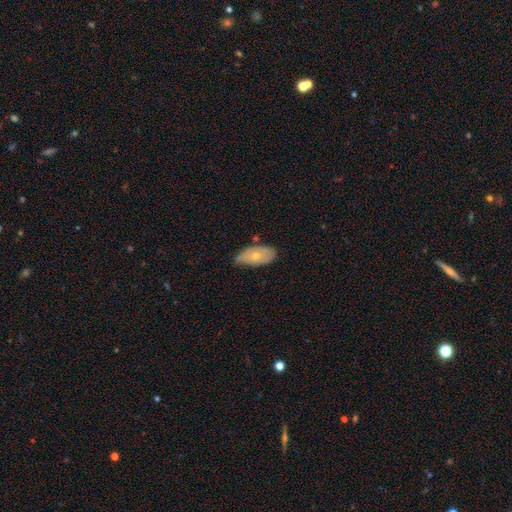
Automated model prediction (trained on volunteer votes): Smooth or featured: smooth — 56% (featured or disk — 38%)
How rounded: in between — 91% (round — 5%)
Merging: none — 49% (minor disturbance — 39%)